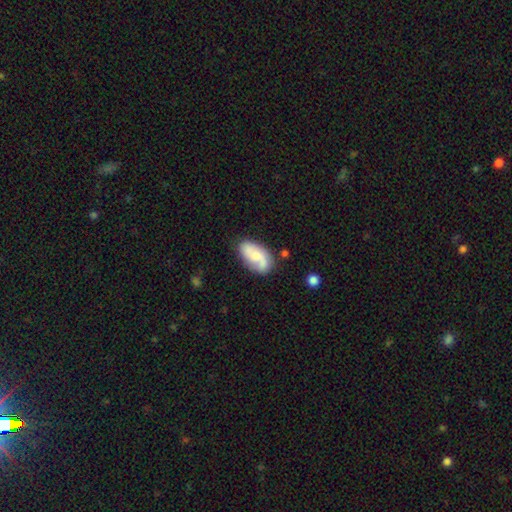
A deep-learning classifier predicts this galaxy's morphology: smooth-or-featured: featured or disk: 51% | smooth: 42% | star or artifact: 7%
  disk-edge-on: no: 96% | yes: 4%
  merging: none: 64% | minor disturbance: 23% | major disturbance: 8% | merger: 6%